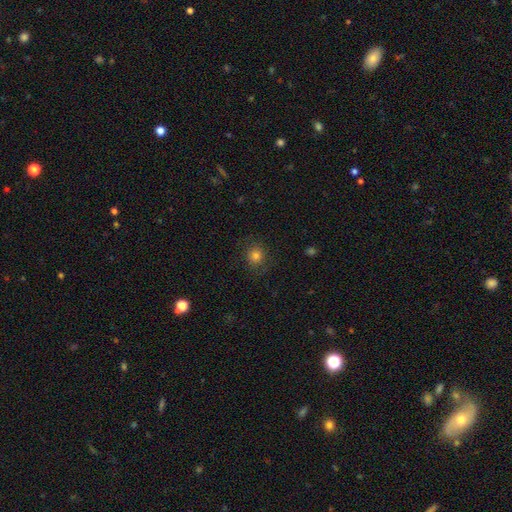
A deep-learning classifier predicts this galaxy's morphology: smooth_or_featured: smooth (p=0.79) [alt: star or artifact p=0.13]
how_rounded: round (p=0.83) [alt: in between p=0.16]
merging: none (p=0.83) [alt: minor disturbance p=0.11]